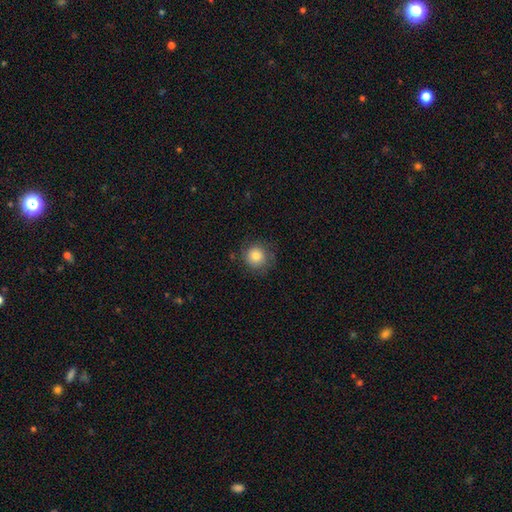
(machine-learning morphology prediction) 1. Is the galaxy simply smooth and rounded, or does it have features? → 82% smooth, 9% star or artifact, 9% featured or disk.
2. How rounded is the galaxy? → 91% round, 8% in between, 1% cigar-shaped.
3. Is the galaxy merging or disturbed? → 78% none, 15% minor disturbance, 5% major disturbance, 1% merger.